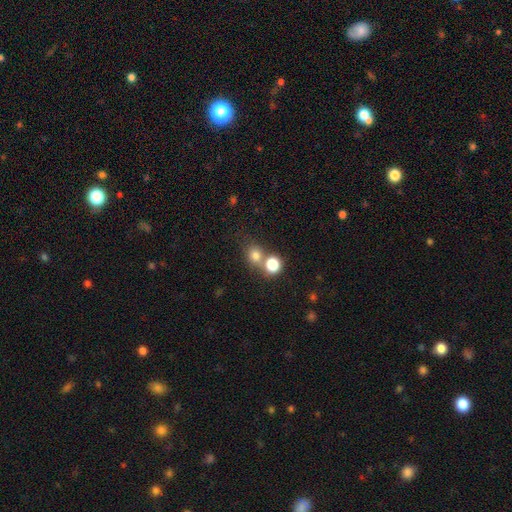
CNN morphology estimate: smooth-or-featured: smooth: 76% | star or artifact: 15% | featured or disk: 9%
  how-rounded: round: 78% | in between: 21% | cigar-shaped: 1%
  merging: none: 49% | merger: 39% | minor disturbance: 8% | major disturbance: 4%